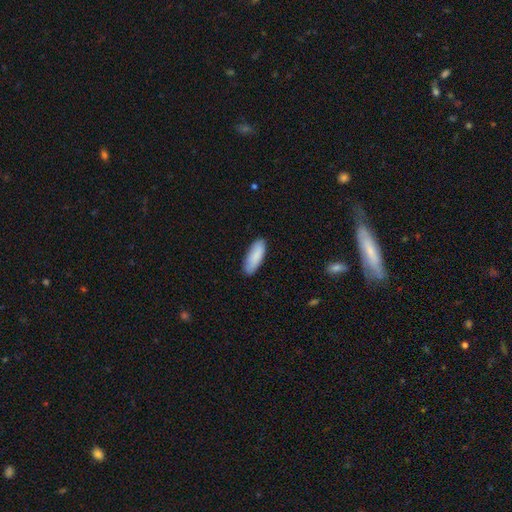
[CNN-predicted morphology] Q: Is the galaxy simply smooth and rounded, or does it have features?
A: smooth — 87%.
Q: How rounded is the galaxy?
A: in between — 66%.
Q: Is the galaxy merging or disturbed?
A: none — 85%.